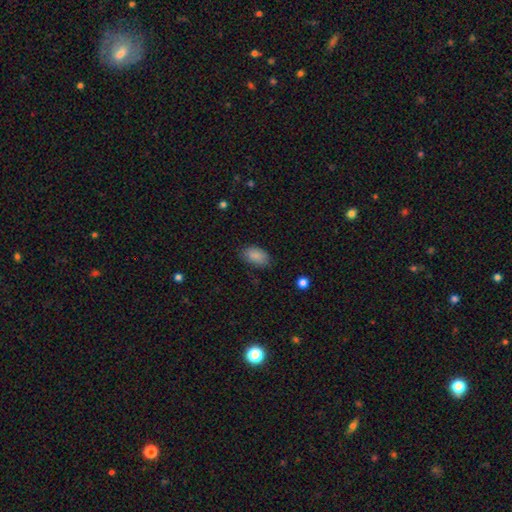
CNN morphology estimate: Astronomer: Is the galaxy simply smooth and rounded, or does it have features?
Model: smooth — 88%.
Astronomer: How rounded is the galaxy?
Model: in between — 92%.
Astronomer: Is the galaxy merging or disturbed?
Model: none — 79%.